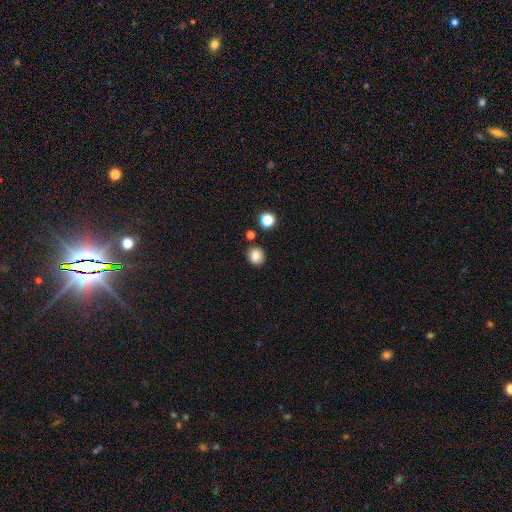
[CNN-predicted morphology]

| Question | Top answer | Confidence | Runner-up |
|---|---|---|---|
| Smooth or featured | smooth | 84% | star or artifact (11%) |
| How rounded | round | 87% | in between (12%) |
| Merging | none | 86% | minor disturbance (7%) |